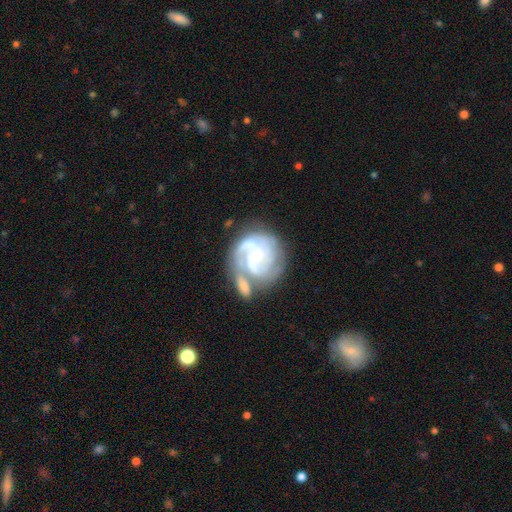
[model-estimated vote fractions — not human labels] A featured or disk galaxy (85%) with no bar (68%), 3 (31%) tight (63%) spiral arms (94%) and a small central bulge (62%).

Vote fractions:
- Smooth or featured? featured or disk: 85% / smooth: 10% / star or artifact: 6%
- Edge-on disk? no: 98% / yes: 2%
- Bar? no: 68% / weak: 26% / strong: 6%
- Spiral arms? yes: 94% / no: 6%
- Spiral winding? tight: 63% / medium: 30% / loose: 7%
- Spiral arm count? 3: 31% / 2: 29% / can't tell: 23% / 4: 7% / 1: 5% / more than 4: 4%
- Bulge size? small: 62% / moderate: 33% / none: 2% / large: 2% / dominant: 1%
- Merging? none: 45% / merger: 25% / minor disturbance: 18% / major disturbance: 12%